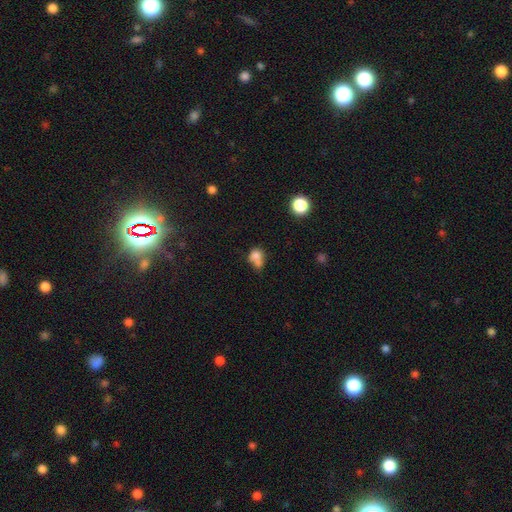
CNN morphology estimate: Overall: smooth (73%). How rounded: round (54%; in between 44%). Merging: merger (37%; none 29%).